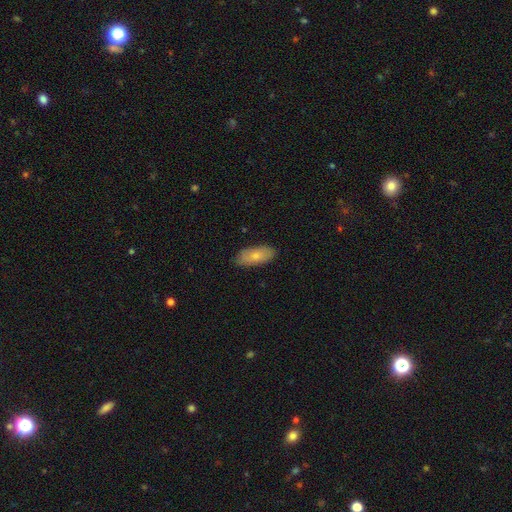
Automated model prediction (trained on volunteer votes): smooth_or_featured: smooth (p=0.78) [alt: featured or disk p=0.16]
how_rounded: in between (p=0.86) [alt: cigar-shaped p=0.11]
merging: none (p=0.85) [alt: minor disturbance p=0.12]